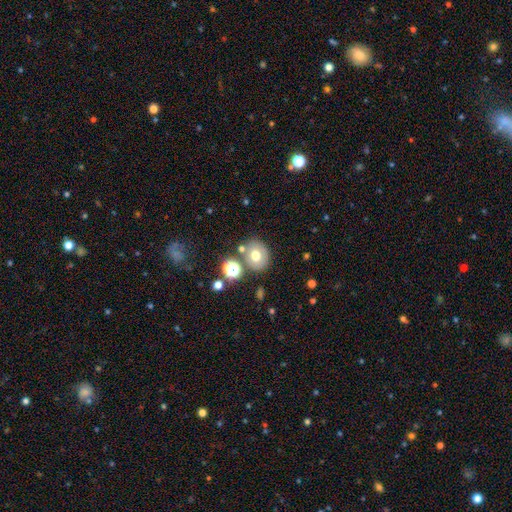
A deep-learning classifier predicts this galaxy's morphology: Smooth or featured? smooth (62%)
How rounded? round (60%)
Merging? none (71%)